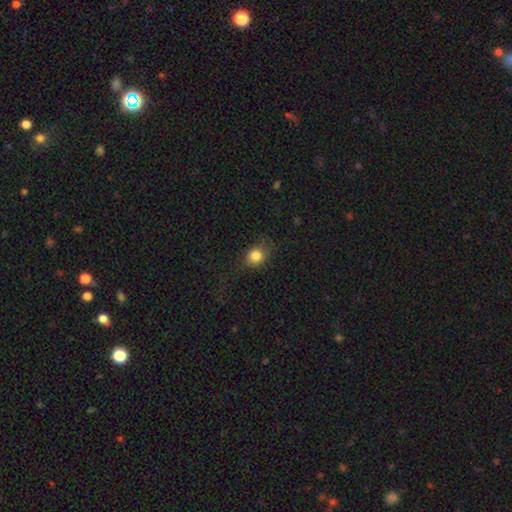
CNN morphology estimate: This is clearly a smooth galaxy (81%). How rounded: likely round (69%). Merging: likely none (63%).